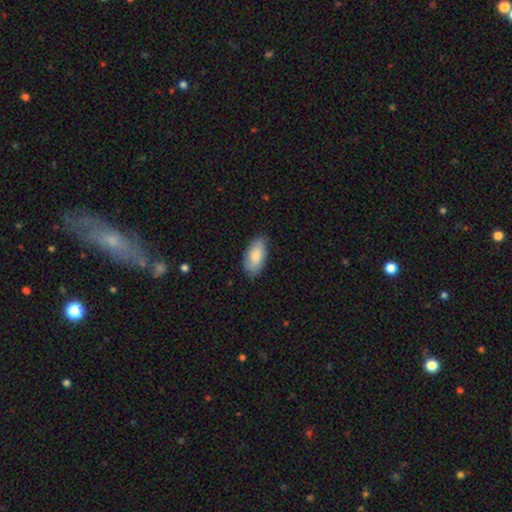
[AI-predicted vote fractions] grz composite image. It shows a smooth galaxy with no disk features (75%) that is in between round and cigar-shaped (92%). Merging: none (78%).